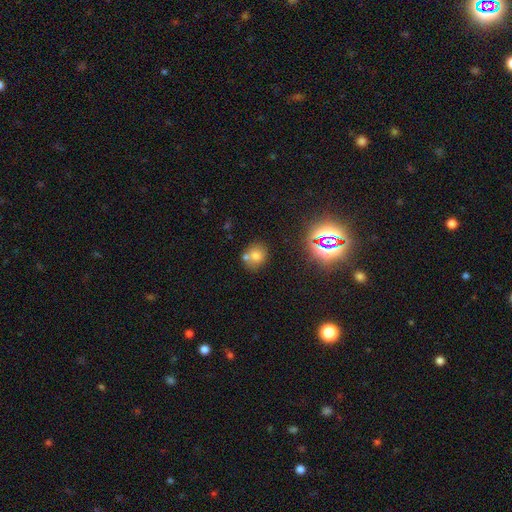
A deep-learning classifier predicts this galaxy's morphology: Smooth or featured?
  - smooth: 68% *
  - star or artifact: 19%
  - featured or disk: 13%
How rounded?
  - round: 72% *
  - in between: 27%
  - cigar-shaped: 1%
Merging?
  - none: 57% *
  - merger: 28%
  - minor disturbance: 11%
  - major disturbance: 4%